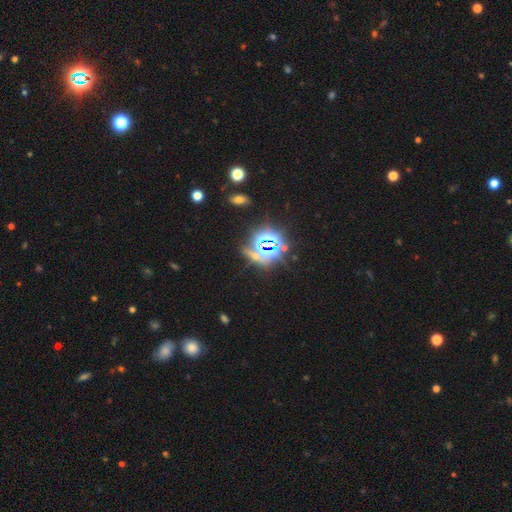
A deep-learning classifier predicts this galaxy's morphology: Q: Smooth or featured?
A: star or artifact (75%); runner-up: smooth (16%)